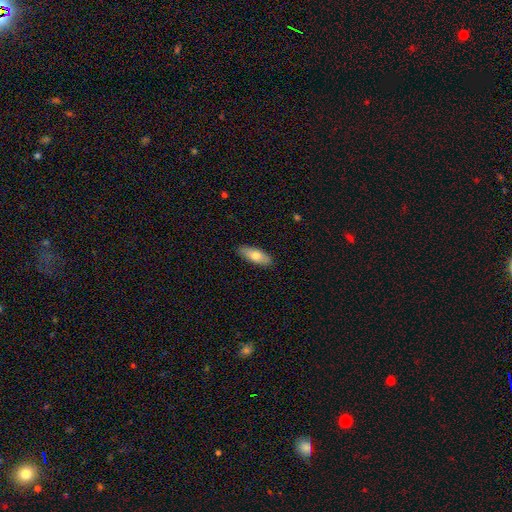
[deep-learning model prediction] Smooth or featured: smooth — 73% (featured or disk — 21%)
How rounded: in between — 76% (cigar-shaped — 22%)
Merging: none — 88% (minor disturbance — 9%)